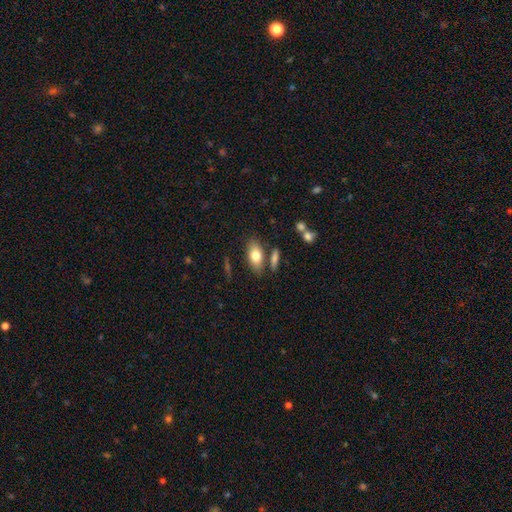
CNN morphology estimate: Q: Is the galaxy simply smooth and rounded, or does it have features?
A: smooth — 78%.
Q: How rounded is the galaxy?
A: in between — 87%.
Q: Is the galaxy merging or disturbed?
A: none — 75%.